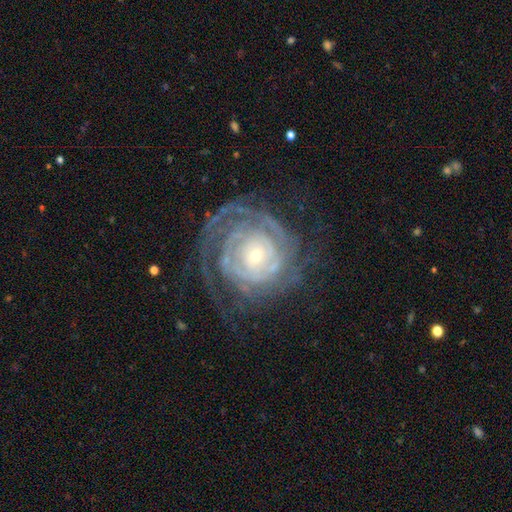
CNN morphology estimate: Smooth or featured? Predicted: featured or disk (p=0.87). Edge-on disk? Predicted: no (p=0.97). Bar? Predicted: no (p=0.75). Spiral arms? Predicted: yes (p=0.94). Spiral winding? Predicted: tight (p=0.78). Spiral arm count? Predicted: can't tell (p=0.36). Bulge size? Predicted: small (p=0.71). Merging? Predicted: none (p=0.66).